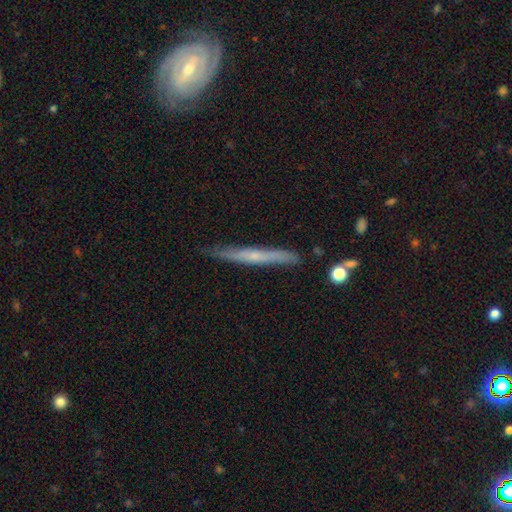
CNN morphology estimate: The model was most divided on "smooth or featured": featured or disk: 53%, smooth: 40%, star or artifact: 6%. More confident: edge-on disk — yes (95%); merging — none (84%); edge-on bulge — none (60%).